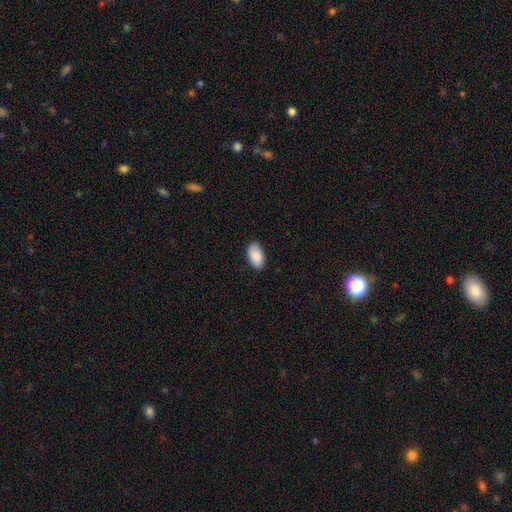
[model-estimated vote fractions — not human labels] A smooth galaxy with no disk features (90%) that is in between round and cigar-shaped (96%). Merging: none (88%).